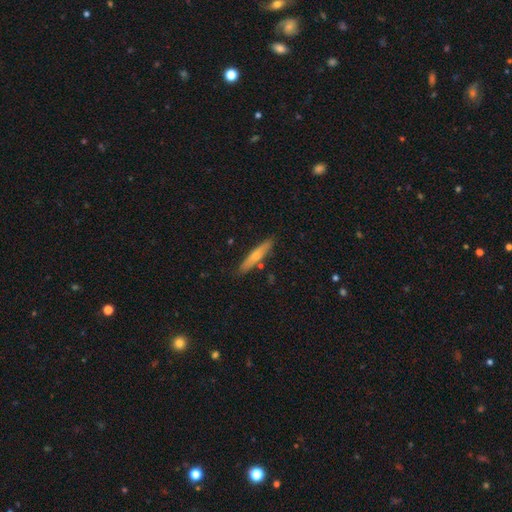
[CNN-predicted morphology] Overall: smooth (58%; featured or disk 36%). How rounded: cigar-shaped (90%). Merging: none (83%).